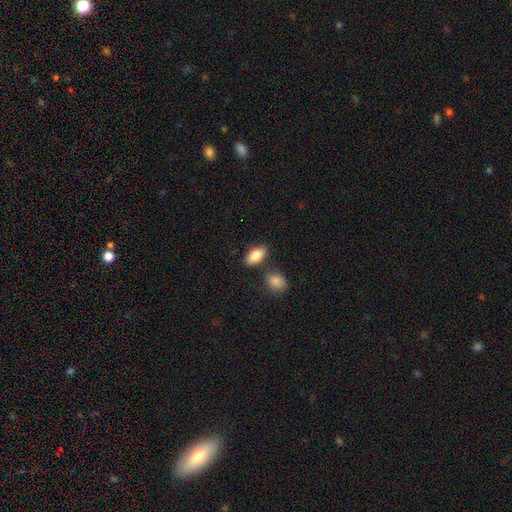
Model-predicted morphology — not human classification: A smooth galaxy with no disk features (85%) that is in between round and cigar-shaped (92%). Merging: none (77%).